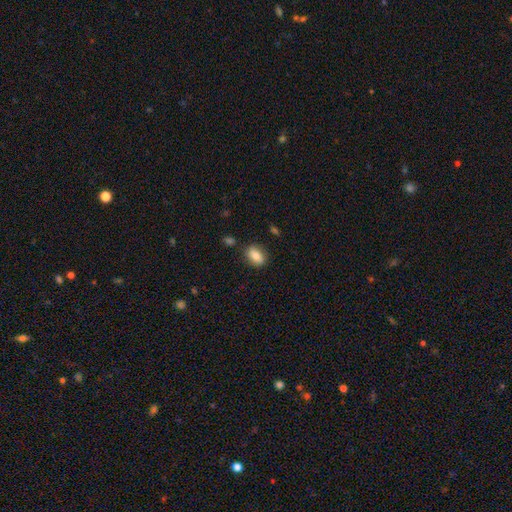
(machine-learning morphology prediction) Smooth or featured? smooth (75%)
How rounded? in between (77%)
Merging? none (83%)